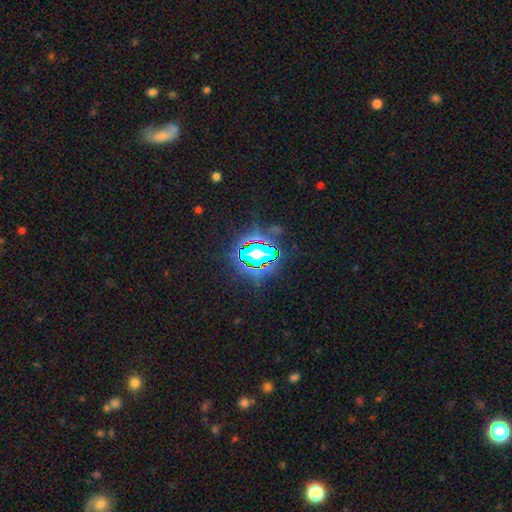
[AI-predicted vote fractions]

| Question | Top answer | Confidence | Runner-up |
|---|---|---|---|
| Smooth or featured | star or artifact | 72% | smooth (15%) |